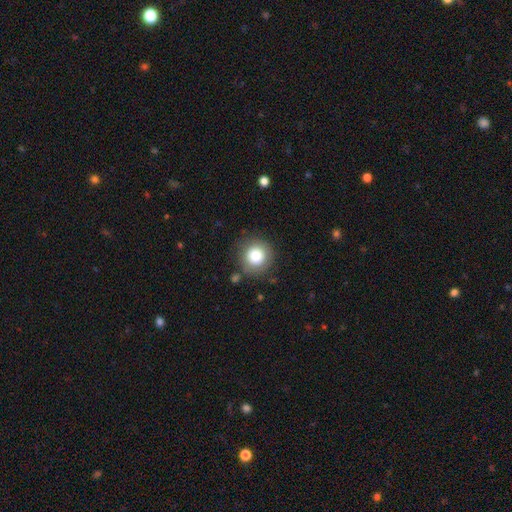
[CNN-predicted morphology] Smooth or featured? smooth (77%)
How rounded? round (94%)
Merging? none (83%)